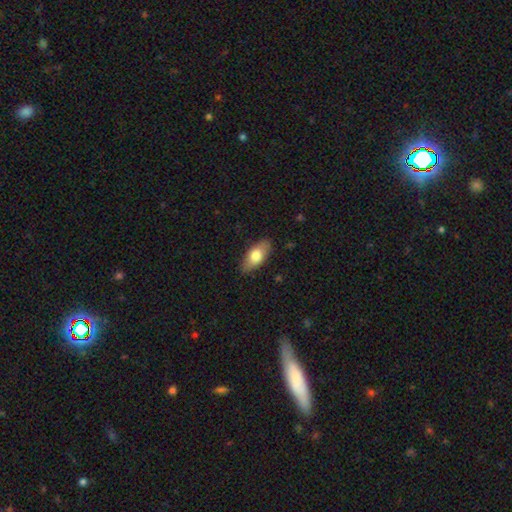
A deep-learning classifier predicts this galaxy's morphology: The model was most divided on "smooth or featured": smooth: 72%, featured or disk: 22%, star or artifact: 6%. More confident: merging — none (85%); how rounded — in between (85%).